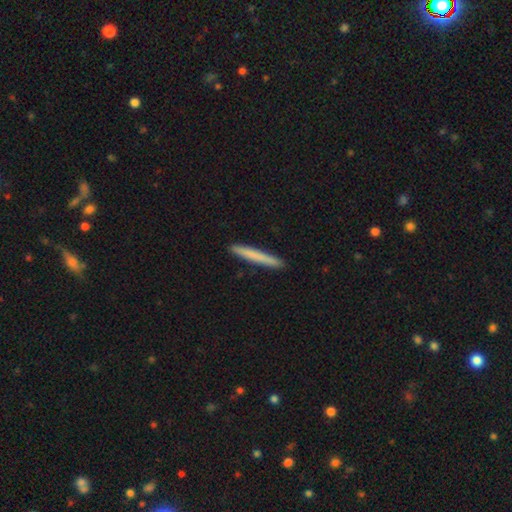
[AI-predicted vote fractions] Morphology: type=smooth (74%); roundness=cigar-shaped (97%); merging=none (92%).